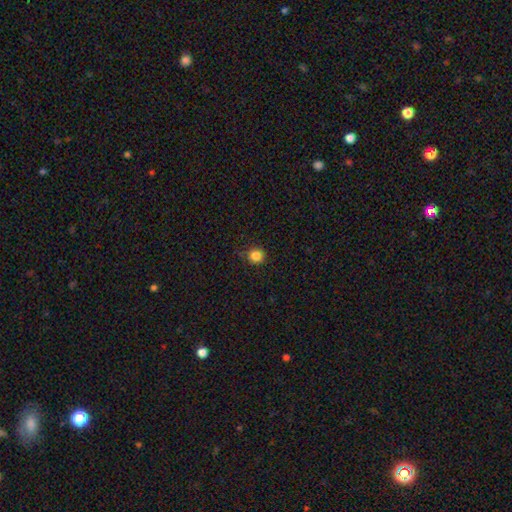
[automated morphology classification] Overall: smooth (84%). How rounded: round (92%). Merging: none (85%).